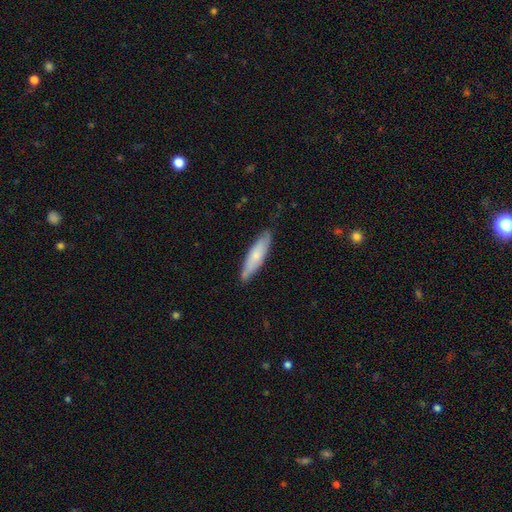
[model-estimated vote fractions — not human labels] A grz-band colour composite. It shows a smooth galaxy with no disk features (67%) that is cigar-shaped (72%). Merging: none (80%).